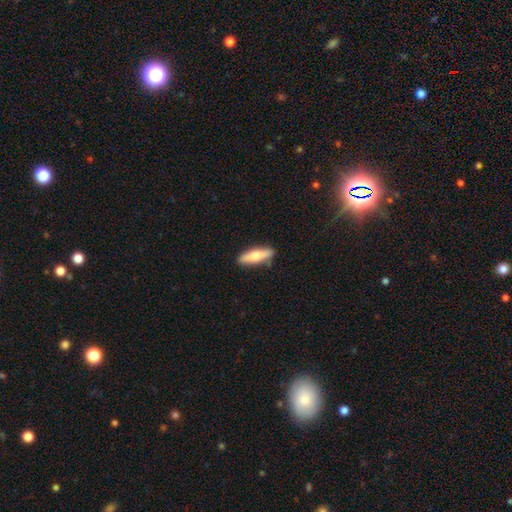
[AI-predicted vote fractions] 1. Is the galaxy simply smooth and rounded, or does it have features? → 63% smooth, 31% featured or disk, 5% star or artifact.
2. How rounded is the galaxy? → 61% cigar-shaped, 36% in between, 2% round.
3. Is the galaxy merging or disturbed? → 87% none, 10% minor disturbance, 2% major disturbance, 1% merger.